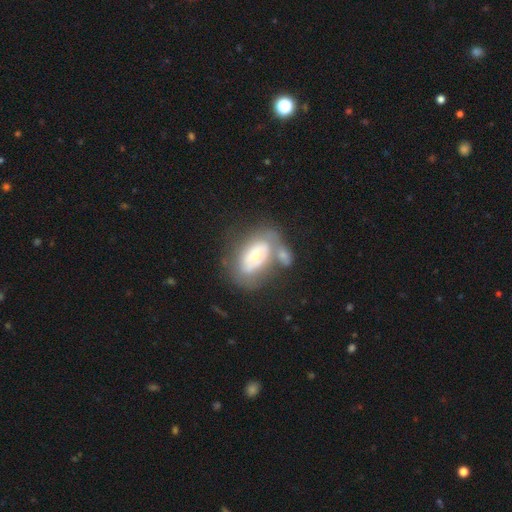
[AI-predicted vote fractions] smooth-or-featured: featured or disk: 52% | smooth: 41% | star or artifact: 7%
  disk-edge-on: no: 92% | yes: 8%
  merging: none: 33% (tied) | merger: 33% (tied) | minor disturbance: 19% | major disturbance: 15%